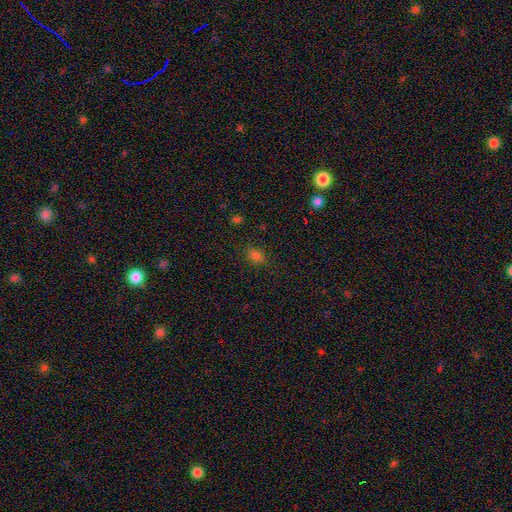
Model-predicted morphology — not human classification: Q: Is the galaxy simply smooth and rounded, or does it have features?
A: smooth — 76%.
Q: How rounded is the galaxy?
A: in between — 63%.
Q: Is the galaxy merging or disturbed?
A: none — 79%.